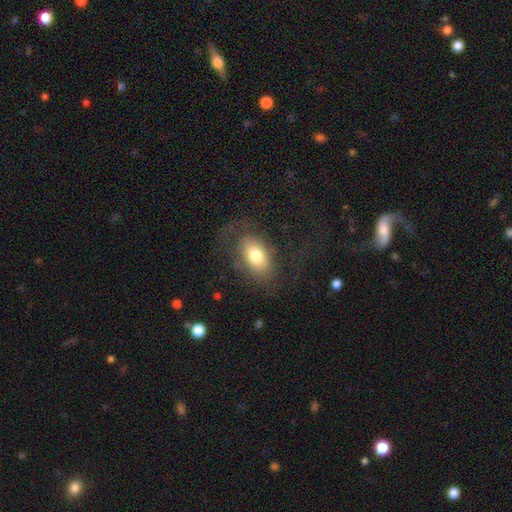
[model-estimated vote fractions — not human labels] This is likely a smooth galaxy (69%). How rounded: clearly in between (89%). Merging: likely none (64%).